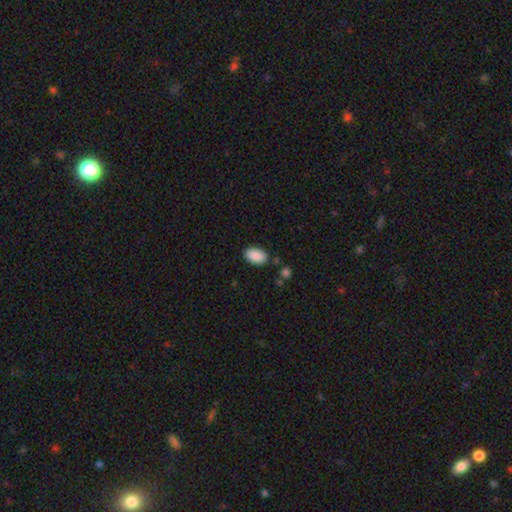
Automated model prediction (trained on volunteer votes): Morphology: type=smooth (90%); roundness=in between (92%); merging=none (84%).